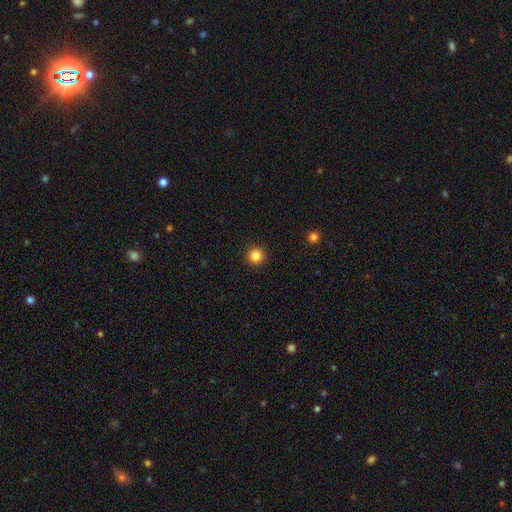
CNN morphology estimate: smooth_or_featured: smooth (p=0.85) [alt: star or artifact p=0.12]
how_rounded: round (p=0.96) [alt: in between p=0.03]
merging: none (p=0.93) [alt: minor disturbance p=0.04]